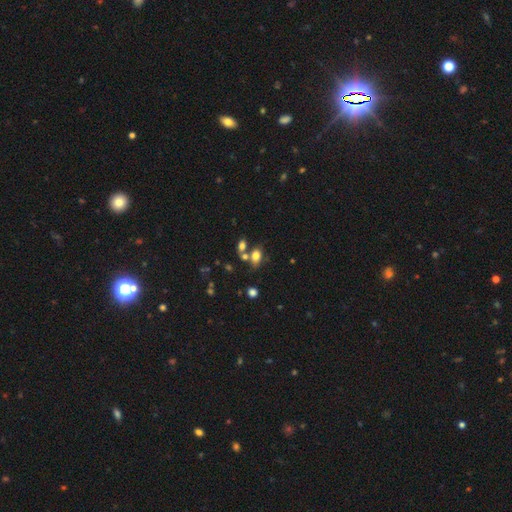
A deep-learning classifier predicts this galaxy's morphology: A smooth galaxy with no disk features (74%) that is in between round and cigar-shaped (82%). Merging: none (51%).